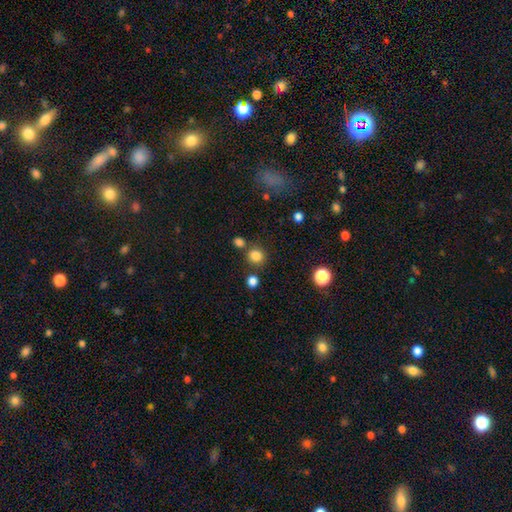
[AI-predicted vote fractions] A smooth galaxy with no disk features (82%) that is round (88%). Merging: none (78%).